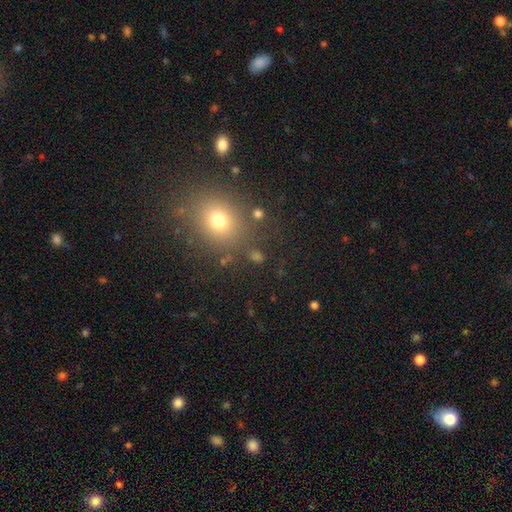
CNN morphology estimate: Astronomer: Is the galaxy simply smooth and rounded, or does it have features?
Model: smooth — 60%.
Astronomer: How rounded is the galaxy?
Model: round — 72%.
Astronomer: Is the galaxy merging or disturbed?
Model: none — 81%.